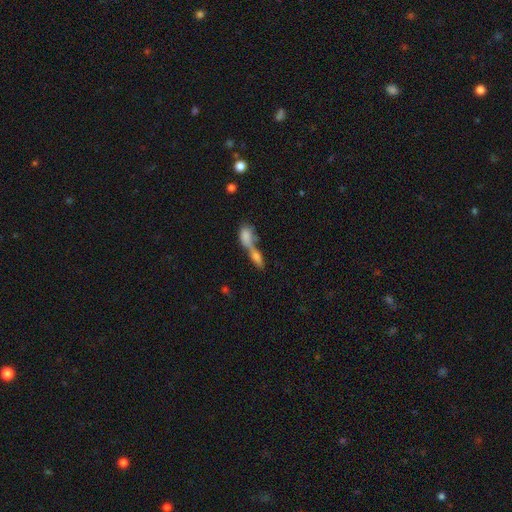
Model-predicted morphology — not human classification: Smooth or featured: smooth — 67% (featured or disk — 21%)
How rounded: in between — 62% (cigar-shaped — 28%)
Merging: merger — 73% (none — 17%)